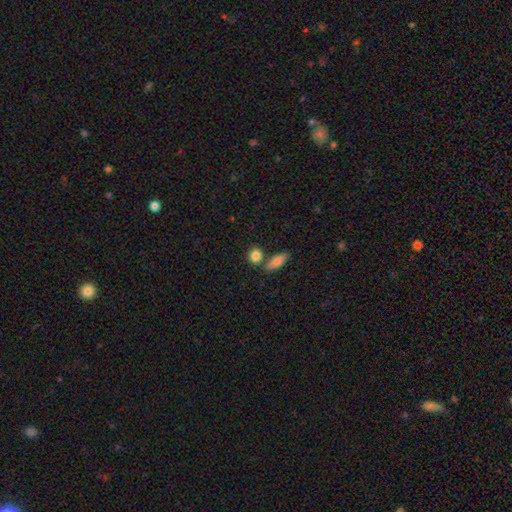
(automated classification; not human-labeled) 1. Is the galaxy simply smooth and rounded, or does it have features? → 86% smooth, 8% star or artifact, 6% featured or disk.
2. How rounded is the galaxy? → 51% round, 45% in between, 4% cigar-shaped.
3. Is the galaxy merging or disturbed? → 63% none, 23% merger, 11% minor disturbance, 3% major disturbance.